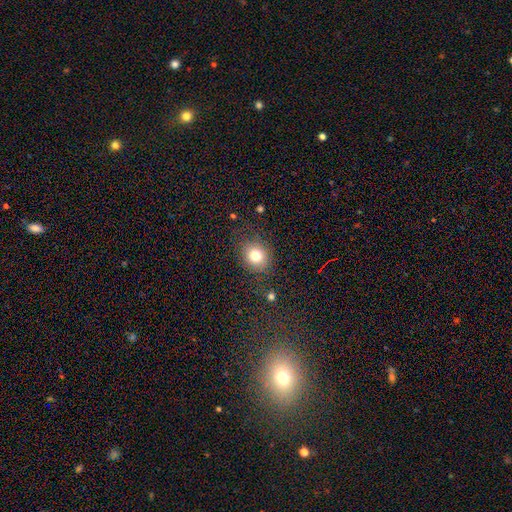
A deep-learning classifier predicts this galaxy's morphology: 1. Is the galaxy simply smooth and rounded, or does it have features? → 79% smooth, 12% star or artifact, 9% featured or disk.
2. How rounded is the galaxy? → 70% round, 29% in between, 1% cigar-shaped.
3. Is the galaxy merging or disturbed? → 79% none, 13% minor disturbance, 6% major disturbance, 2% merger.